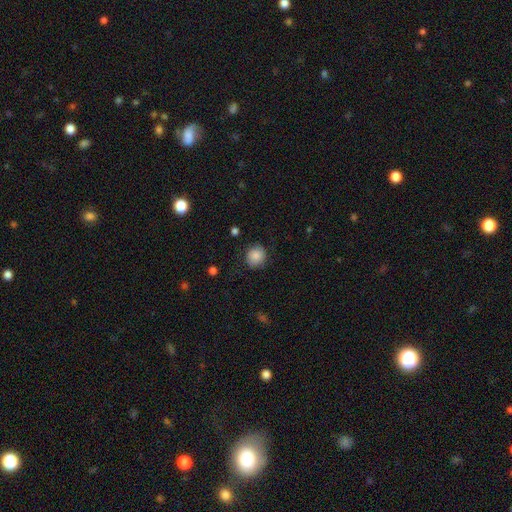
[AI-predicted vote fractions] Smooth or featured? smooth (86%)
How rounded? round (83%)
Merging? none (82%)